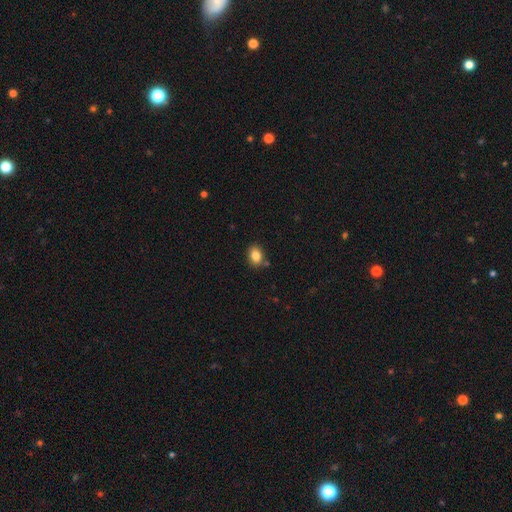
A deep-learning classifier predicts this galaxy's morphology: This is clearly a smooth galaxy (84%). How rounded: likely in between (65%). Merging: likely none (79%).